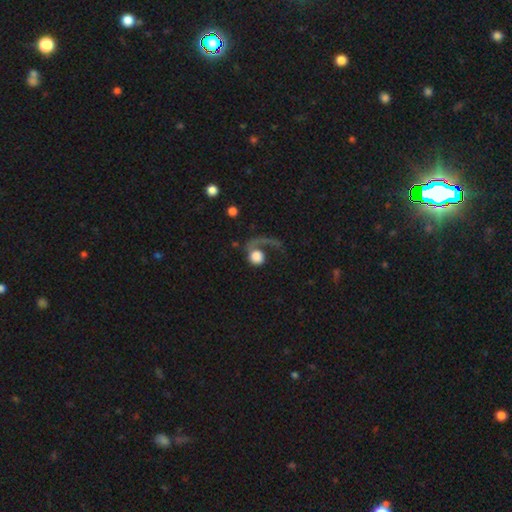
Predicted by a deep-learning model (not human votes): This appears to be a smooth galaxy with no disk features (52%) that is round (81%). Merging: major disturbance (51%).